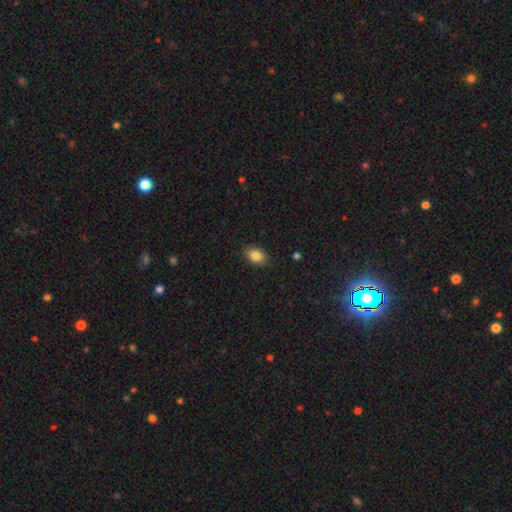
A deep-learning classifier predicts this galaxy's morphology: This appears to be a smooth galaxy with no disk features (86%) that is in between round and cigar-shaped (81%). Merging: none (87%).